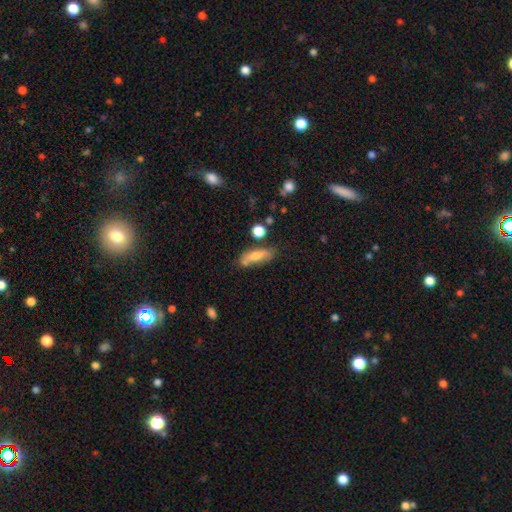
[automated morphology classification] type=smooth (67%); roundness=in between (50%); merging=none (63%).